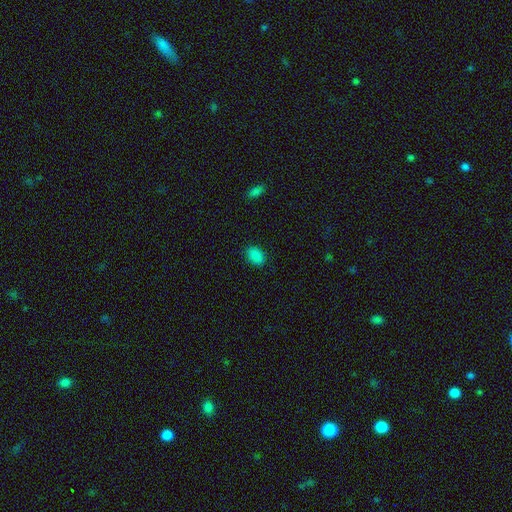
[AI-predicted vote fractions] Overall: smooth (86%). How rounded: in between (82%). Merging: none (87%).